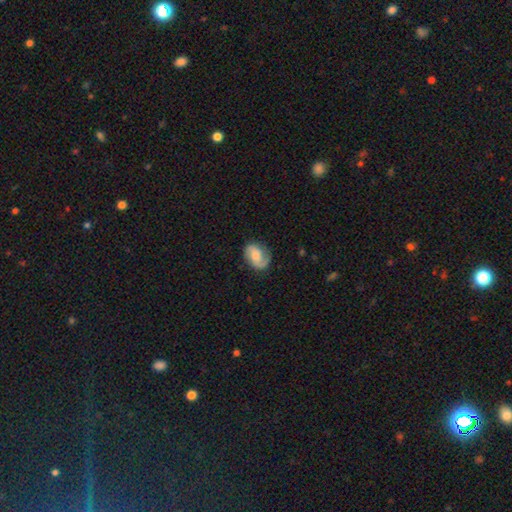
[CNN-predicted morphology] smooth_or_featured: featured or disk (p=0.72) [alt: smooth p=0.22]
disk_edge_on: no (p=0.98) [alt: yes p=0.02]
bar: no (p=0.59) [alt: weak p=0.34]
has_spiral_arms: yes (p=0.95) [alt: no p=0.05]
spiral_winding: medium (p=0.47) [alt: loose p=0.29]
spiral_arm_count: 2 (p=0.79) [alt: 1 p=0.13]
bulge_size: moderate (p=0.37) [alt: small p=0.36]
merging: none (p=0.74) [alt: minor disturbance p=0.18]